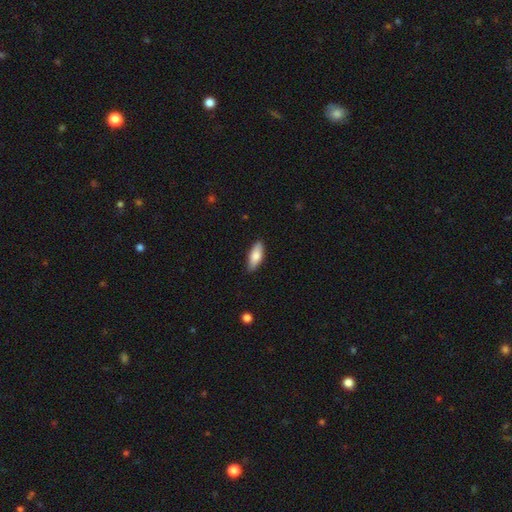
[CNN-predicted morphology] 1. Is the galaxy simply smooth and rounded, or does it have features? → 77% smooth, 17% featured or disk, 6% star or artifact.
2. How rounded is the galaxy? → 72% in between, 26% cigar-shaped, 2% round.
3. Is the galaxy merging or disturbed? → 86% none, 11% minor disturbance, 2% major disturbance, 1% merger.